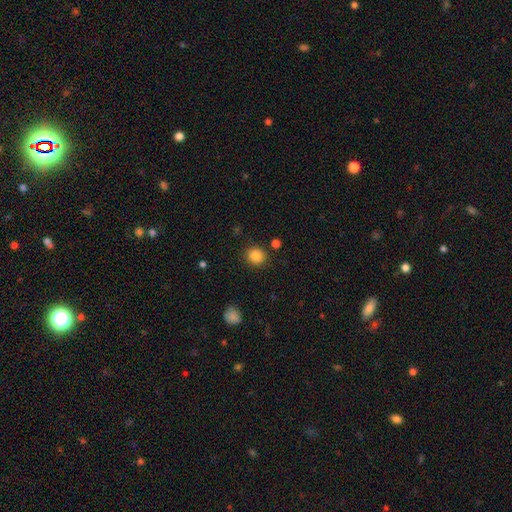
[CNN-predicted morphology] smooth 85%, star or artifact 11%, featured or disk 4%. Down the decision tree: how rounded — round (85%); merging — none (87%).